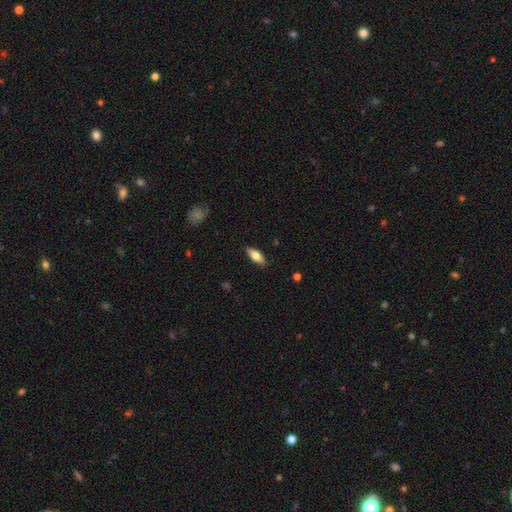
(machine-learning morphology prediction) type=smooth (68%); roundness=in between (73%); merging=none (86%).